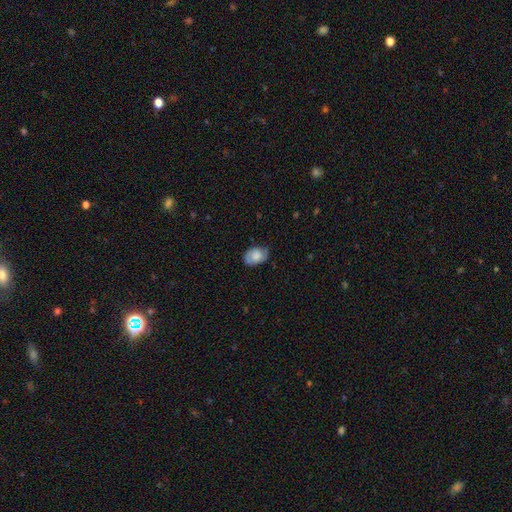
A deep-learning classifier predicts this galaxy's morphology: This is likely a smooth galaxy (61%). How rounded: clearly in between (82%). Merging: likely none (67%).